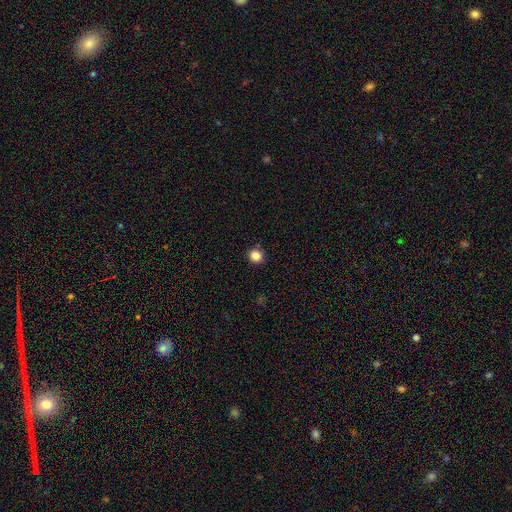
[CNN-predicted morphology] Q: Smooth or featured?
A: smooth (85%); runner-up: star or artifact (11%)
Q: How rounded?
A: round (88%); runner-up: in between (11%)
Q: Merging?
A: none (90%); runner-up: minor disturbance (7%)